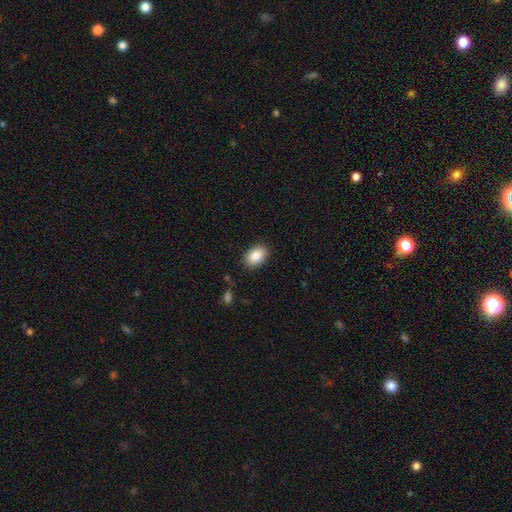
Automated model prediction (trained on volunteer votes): Smooth or featured: smooth — 87% (star or artifact — 7%)
How rounded: in between — 89% (round — 10%)
Merging: none — 87% (minor disturbance — 9%)